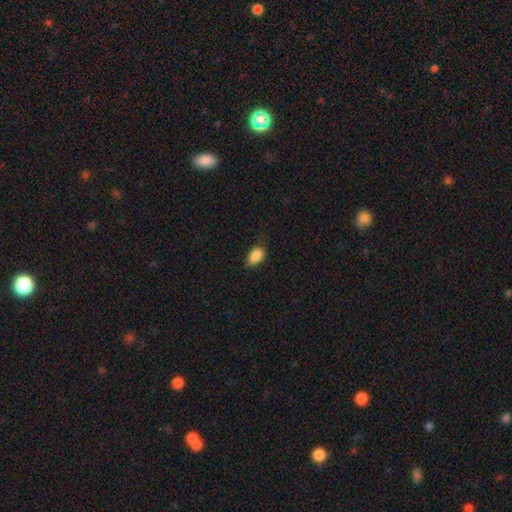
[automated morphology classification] smooth 87%, star or artifact 8%, featured or disk 5%. Down the decision tree: how rounded — in between (90%); merging — none (64%).